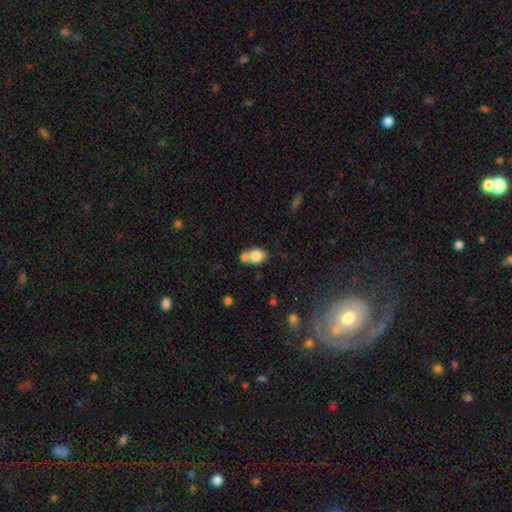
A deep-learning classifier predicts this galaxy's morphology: Smooth or featured? Predicted: smooth (p=0.77). How rounded? Predicted: in between (p=0.72). Merging? Predicted: merger (p=0.43).